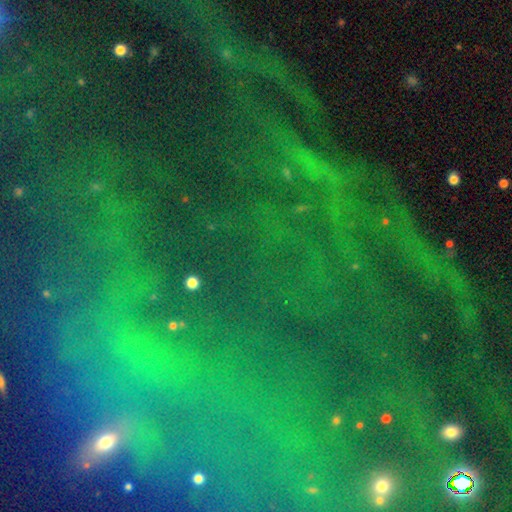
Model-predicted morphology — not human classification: star or artifact 79%, smooth 12%, featured or disk 9%.